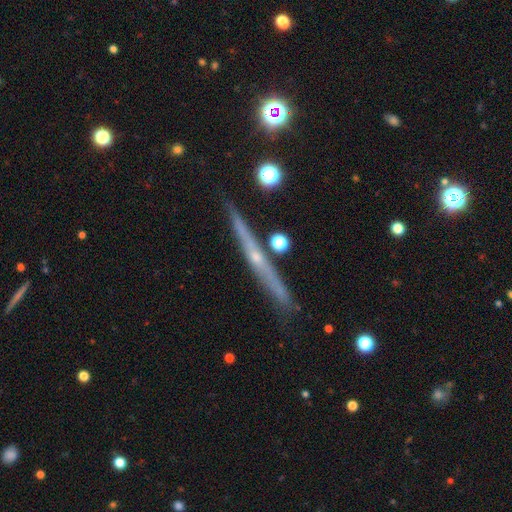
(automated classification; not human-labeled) A featured or disk galaxy (68%) viewed edge-on (96%) with a rounded central bulge (55%). Merging: none (86%).